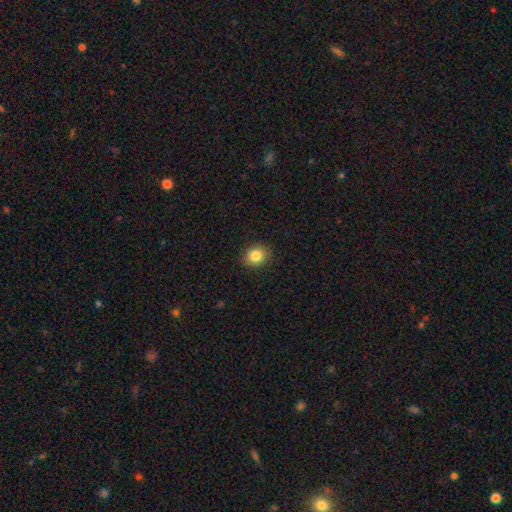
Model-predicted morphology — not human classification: smooth 85%, star or artifact 10%, featured or disk 6%. Down the decision tree: how rounded — round (65%); merging — none (90%).